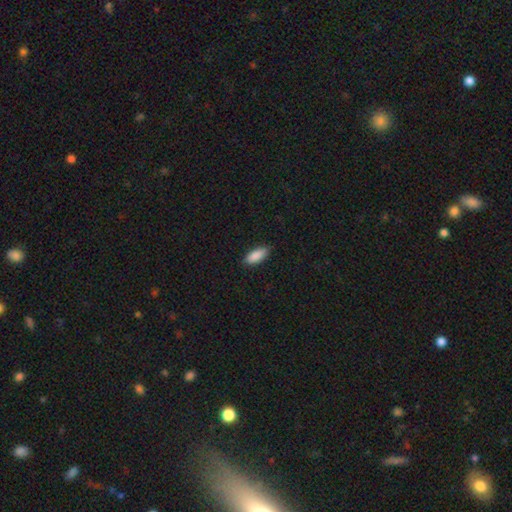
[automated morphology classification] Smooth or featured?
  - smooth: 89% *
  - star or artifact: 6%
  - featured or disk: 5%
How rounded?
  - in between: 80% *
  - cigar-shaped: 18%
  - round: 2%
Merging?
  - none: 86% *
  - minor disturbance: 12%
  - major disturbance: 2%
  - merger: 1%